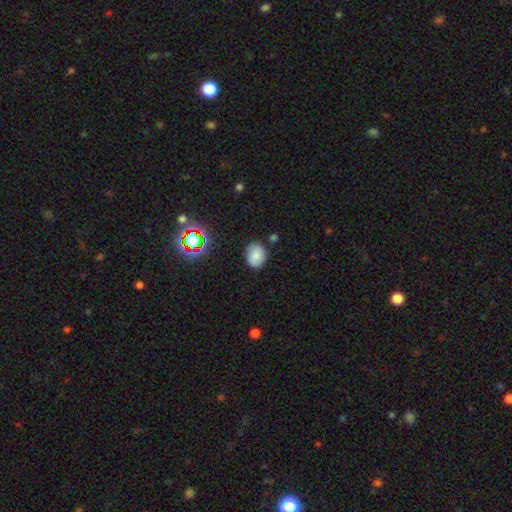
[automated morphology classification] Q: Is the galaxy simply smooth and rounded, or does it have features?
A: smooth — 78%.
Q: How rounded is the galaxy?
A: in between — 62%.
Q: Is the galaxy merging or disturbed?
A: none — 80%.